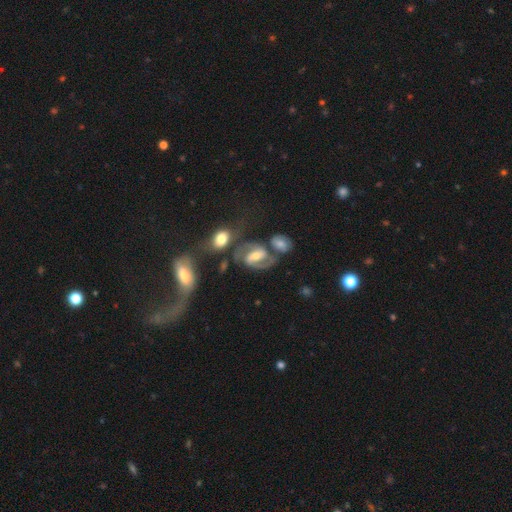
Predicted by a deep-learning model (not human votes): A featured or disk galaxy (80%) with a strong bar (42%), 2 (88%) medium (53%) spiral arms (90%) and a moderate central bulge (57%).

Vote fractions:
- Smooth or featured? featured or disk: 80% / smooth: 13% / star or artifact: 7%
- Edge-on disk? no: 96% / yes: 4%
- Bar? strong: 42% / weak: 39% / no: 19%
- Spiral arms? yes: 90% / no: 10%
- Spiral winding? medium: 53% / tight: 25% / loose: 22%
- Spiral arm count? 2: 88% / can't tell: 5% / 1: 3% / 3: 2% / 4: 1% / more than 4: 1%
- Bulge size? moderate: 57% / small: 33% / large: 7% / none: 3% / dominant: 1%
- Merging? none: 49% / merger: 21% / minor disturbance: 16% / major disturbance: 13%